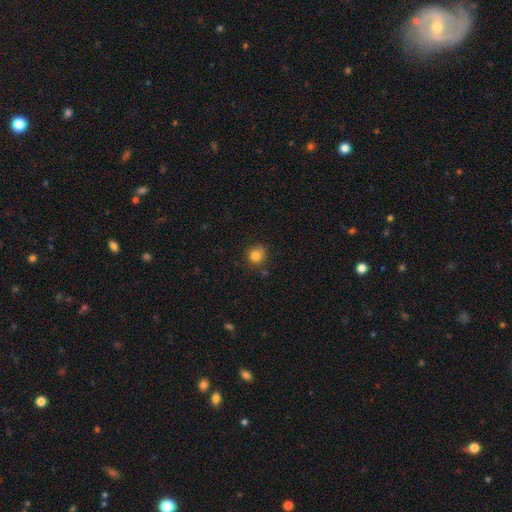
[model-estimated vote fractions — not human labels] Smooth or featured? Predicted: smooth (p=0.82). How rounded? Predicted: round (p=0.88). Merging? Predicted: none (p=0.78).